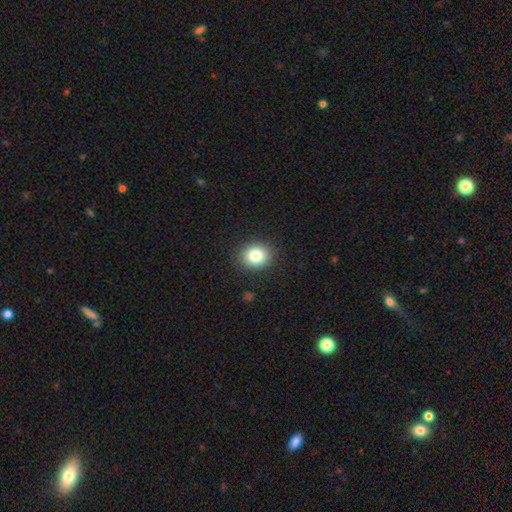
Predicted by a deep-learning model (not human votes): Smooth or featured?
  - smooth: 82% *
  - star or artifact: 10%
  - featured or disk: 8%
How rounded?
  - round: 68% *
  - in between: 31%
  - cigar-shaped: 1%
Merging?
  - none: 89% *
  - minor disturbance: 8%
  - major disturbance: 3%
  - merger: 1%